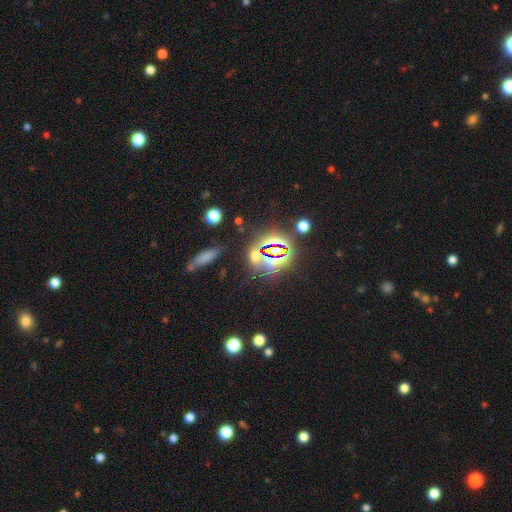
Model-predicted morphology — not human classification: A star or artifact, not a galaxy (61%).

Vote fractions:
- Smooth or featured? star or artifact: 61% / smooth: 29% / featured or disk: 10%